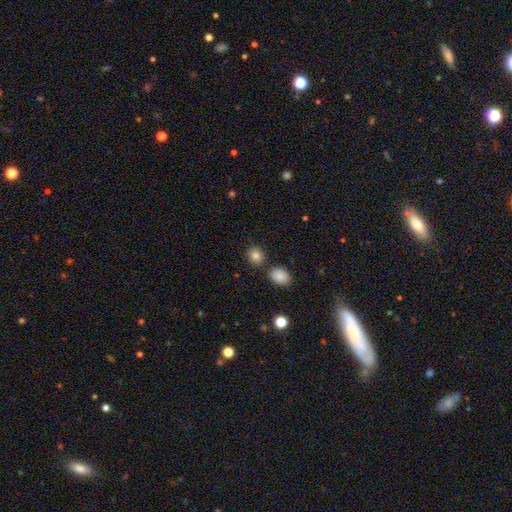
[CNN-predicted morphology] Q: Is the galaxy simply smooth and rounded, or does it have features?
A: smooth — 84%.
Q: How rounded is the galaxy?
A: round — 75%.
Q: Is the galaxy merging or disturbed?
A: none — 77%.